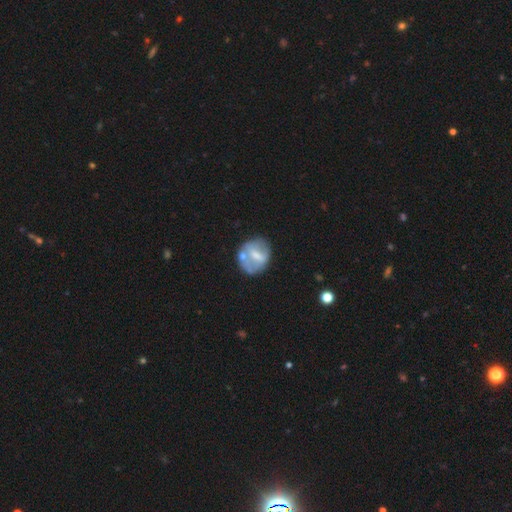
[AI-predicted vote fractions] The model was most divided on "smooth or featured": featured or disk: 49%, smooth: 43%, star or artifact: 8%. More confident: merging — none (54%).